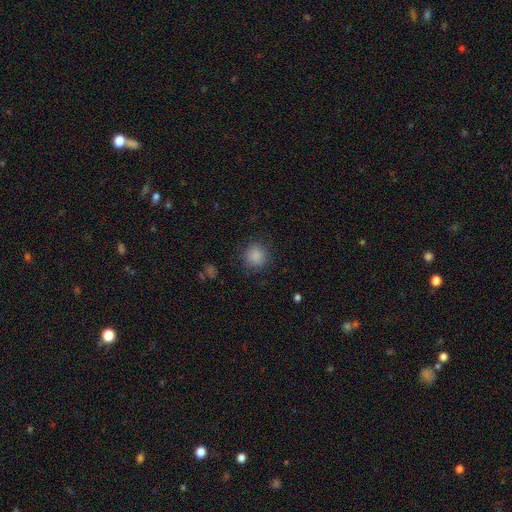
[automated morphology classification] type=smooth (86%); roundness=round (90%); merging=none (85%).